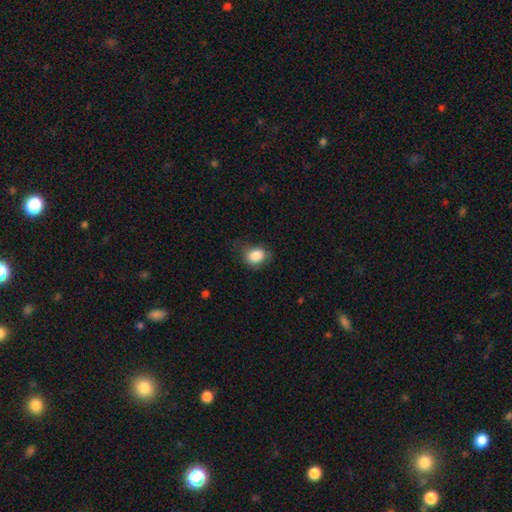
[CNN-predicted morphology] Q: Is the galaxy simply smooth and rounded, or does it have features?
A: smooth — 85%.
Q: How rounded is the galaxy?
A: in between — 51%.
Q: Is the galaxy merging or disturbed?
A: none — 58%.